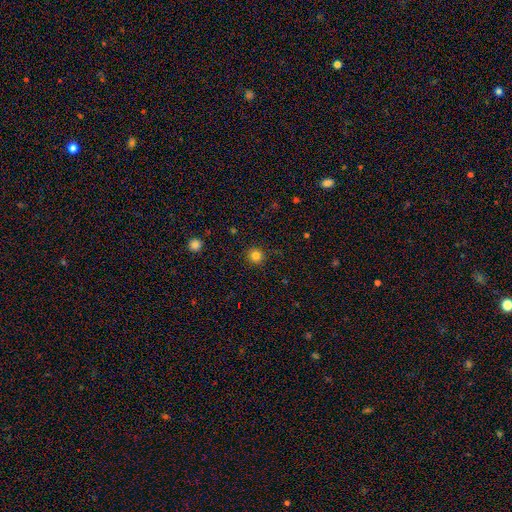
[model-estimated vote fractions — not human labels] smooth 82%, star or artifact 13%, featured or disk 5%. Down the decision tree: how rounded — round (94%); merging — none (91%).